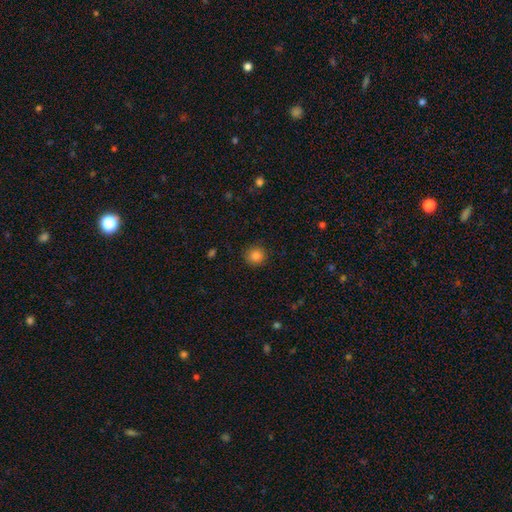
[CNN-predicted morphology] Smooth or featured? smooth (84%)
How rounded? round (91%)
Merging? none (90%)